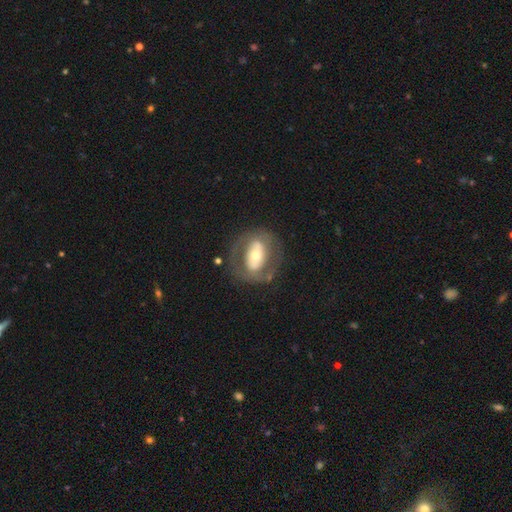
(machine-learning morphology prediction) smooth-or-featured: featured or disk: 63% | smooth: 30% | star or artifact: 6%
  disk-edge-on: no: 93% | yes: 7%
    bar: no: 48% | strong: 30% | weak: 22%
    has-spiral-arms: no: 65% | yes: 35%
    bulge-size: moderate: 56% | small: 28% | large: 13% | dominant: 2% | none: 1%
  merging: none: 67% | minor disturbance: 16% | major disturbance: 14% | merger: 3%